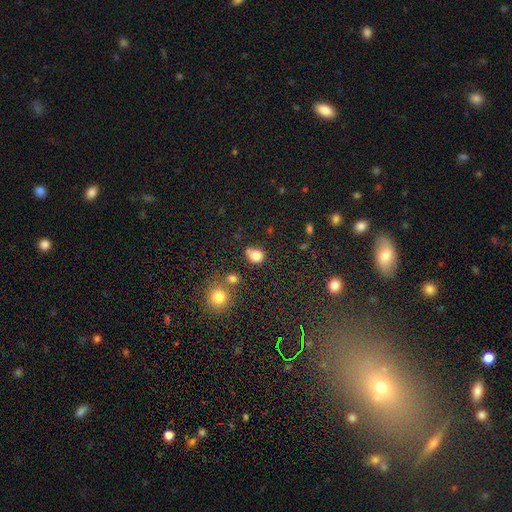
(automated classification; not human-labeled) Overall: smooth (82%). How rounded: round (71%). Merging: none (65%).